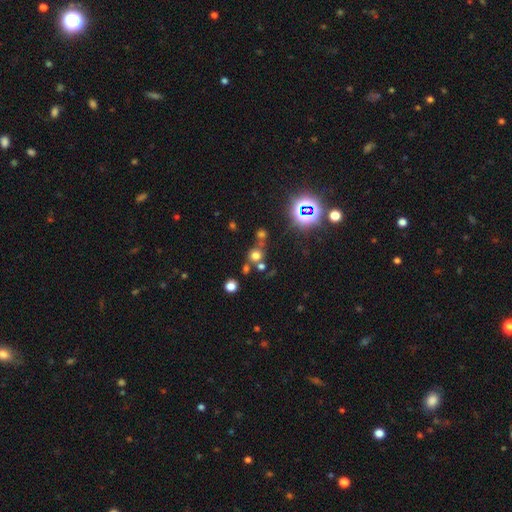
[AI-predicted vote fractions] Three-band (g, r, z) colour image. It shows a smooth galaxy with no disk features (58%) that is round (86%). Merging: none (59%).